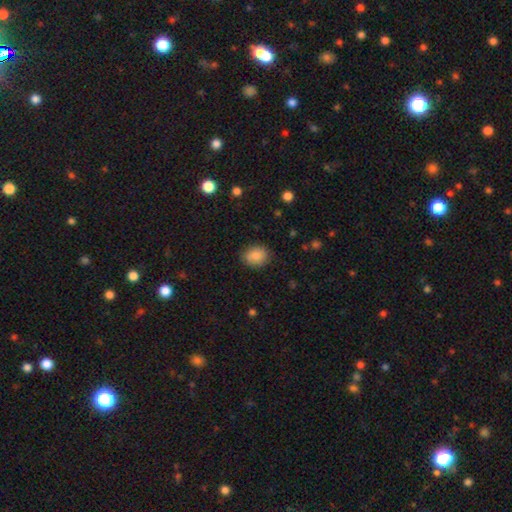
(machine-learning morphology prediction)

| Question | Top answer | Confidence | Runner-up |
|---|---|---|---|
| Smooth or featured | smooth | 87% | star or artifact (8%) |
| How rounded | in between | 51% | round (48%) |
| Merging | none | 86% | minor disturbance (11%) |